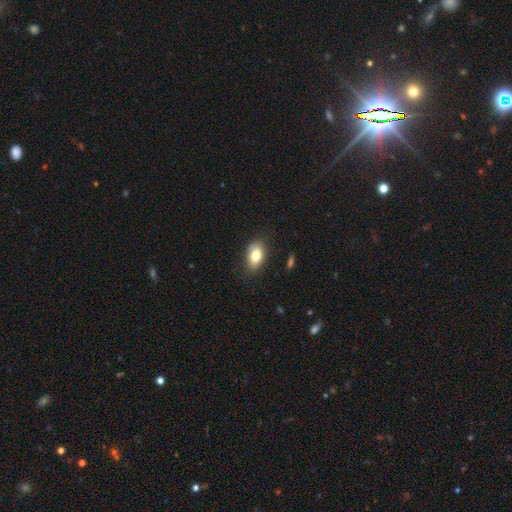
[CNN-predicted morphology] Smooth or featured? Predicted: smooth (p=0.77). How rounded? Predicted: in between (p=0.88). Merging? Predicted: none (p=0.75).